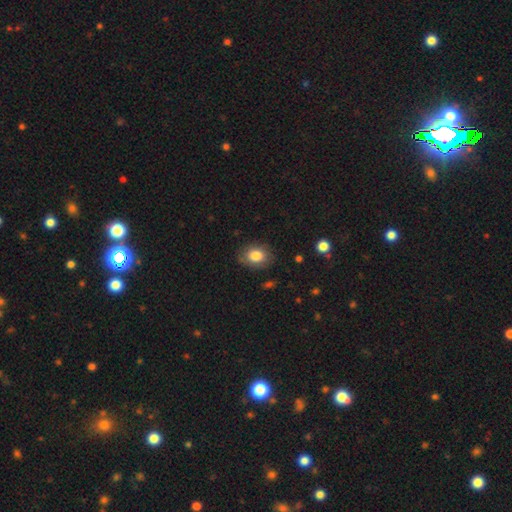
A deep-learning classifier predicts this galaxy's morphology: smooth-or-featured: smooth: 81% | featured or disk: 10% | star or artifact: 8%
  how-rounded: in between: 61% | round: 38% | cigar-shaped: 1%
  merging: none: 80% | minor disturbance: 15% | major disturbance: 4% | merger: 1%